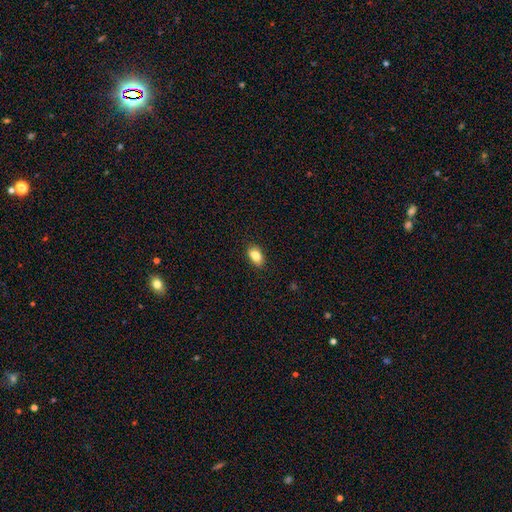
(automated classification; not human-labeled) This appears to be a smooth galaxy with no disk features (83%) that is in between round and cigar-shaped (87%). Merging: none (85%).